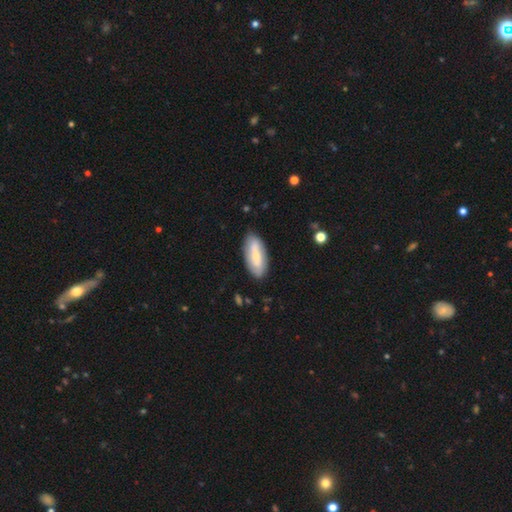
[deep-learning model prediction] Morphology: type=smooth (54%); roundness=in between (82%); merging=none (83%).